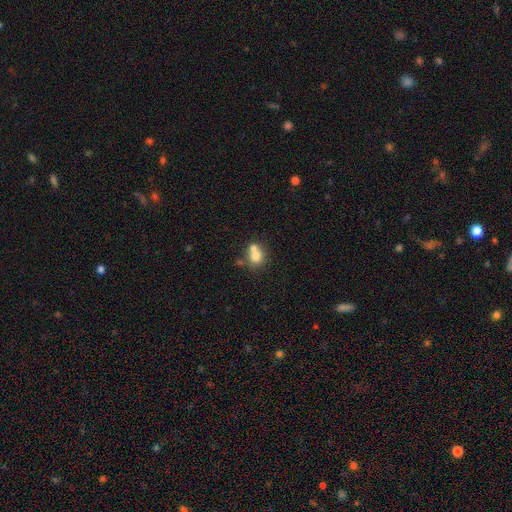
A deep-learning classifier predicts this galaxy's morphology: smooth 71%, featured or disk 18%, star or artifact 12%. Down the decision tree: how rounded — round (75%); merging — merger (50%).